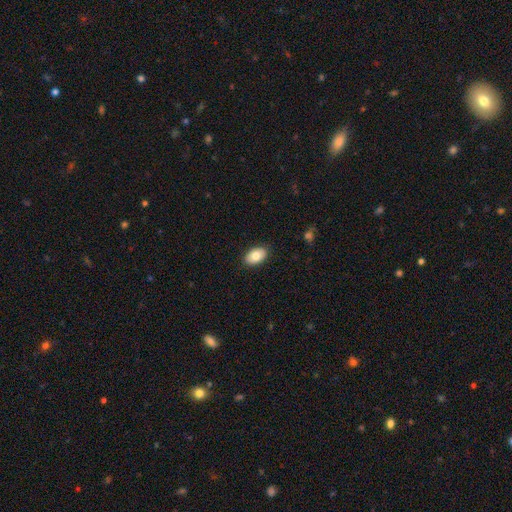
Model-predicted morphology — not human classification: Overall: smooth (81%). How rounded: in between (92%). Merging: none (88%).